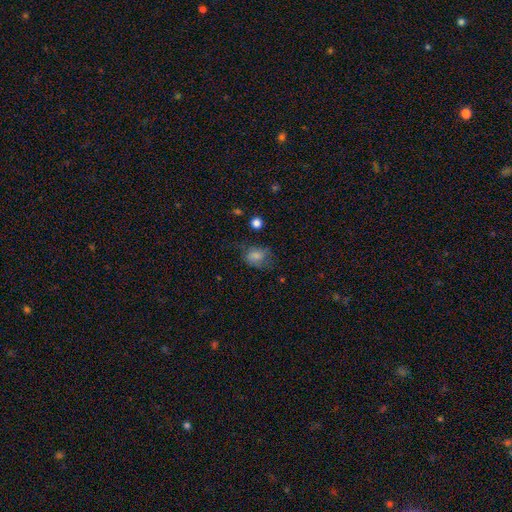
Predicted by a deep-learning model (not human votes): This appears to be a smooth galaxy with no disk features (75%) that is in between round and cigar-shaped (61%). Merging: none (52%).